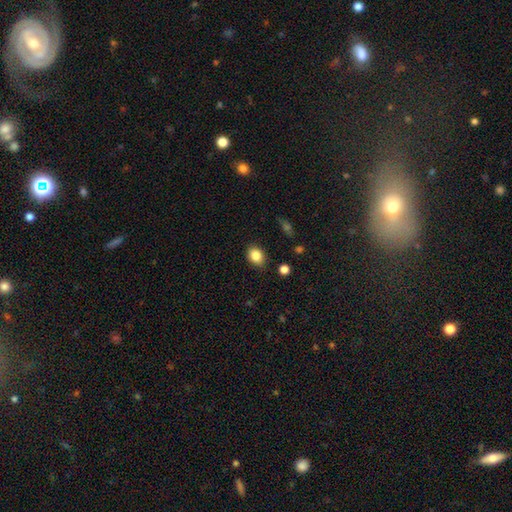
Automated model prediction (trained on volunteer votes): smooth 85%, star or artifact 9%, featured or disk 6%. Down the decision tree: how rounded — in between (59%); merging — none (85%).